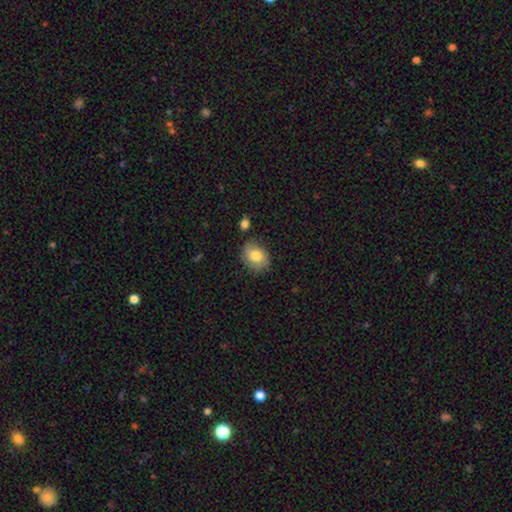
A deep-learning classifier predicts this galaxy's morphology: smooth 76%, featured or disk 16%, star or artifact 8%. Down the decision tree: how rounded — in between (56%); merging — none (72%).